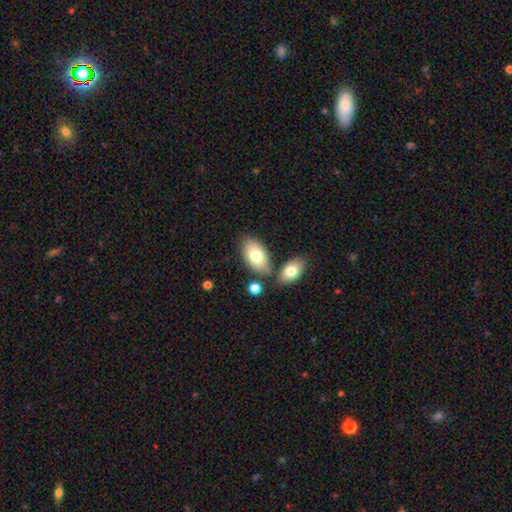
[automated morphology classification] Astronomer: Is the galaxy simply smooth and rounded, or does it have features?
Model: smooth — 75%.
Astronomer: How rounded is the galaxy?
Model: in between — 93%.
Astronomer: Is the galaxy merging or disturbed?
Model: none — 64%.